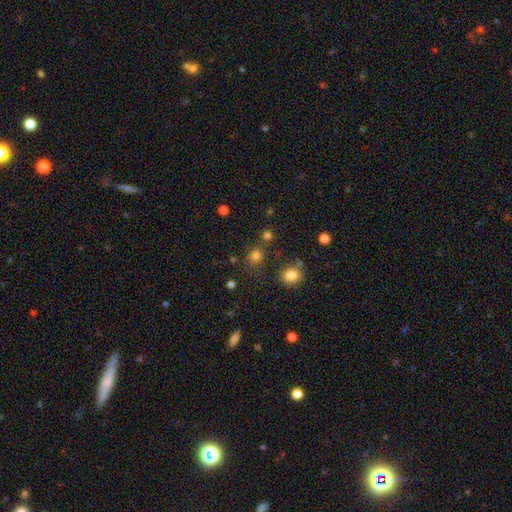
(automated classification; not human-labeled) The model was most divided on "smooth or featured": smooth: 76%, star or artifact: 18%, featured or disk: 6%. More confident: how rounded — round (81%); merging — none (71%).